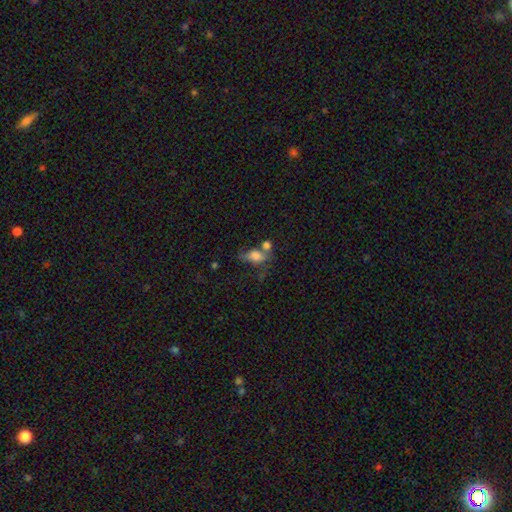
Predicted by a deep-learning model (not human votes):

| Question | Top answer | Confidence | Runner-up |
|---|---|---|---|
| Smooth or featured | smooth | 71% | featured or disk (18%) |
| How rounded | in between | 79% | round (16%) |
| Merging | merger | 34% | none (28%) |